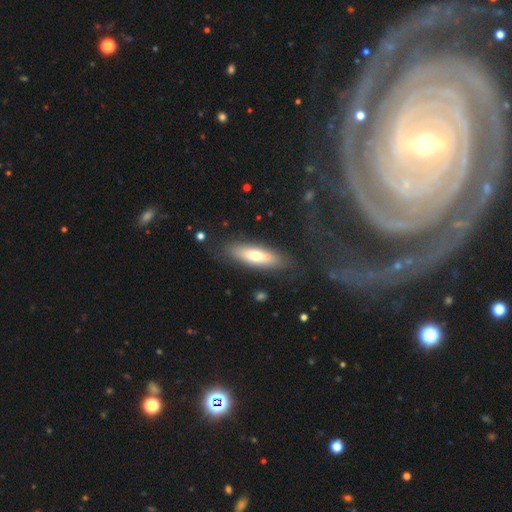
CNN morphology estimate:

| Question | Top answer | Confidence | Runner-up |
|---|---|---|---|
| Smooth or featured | smooth | 61% | featured or disk (33%) |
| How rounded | in between | 51% | cigar-shaped (47%) |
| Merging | none | 78% | minor disturbance (14%) |